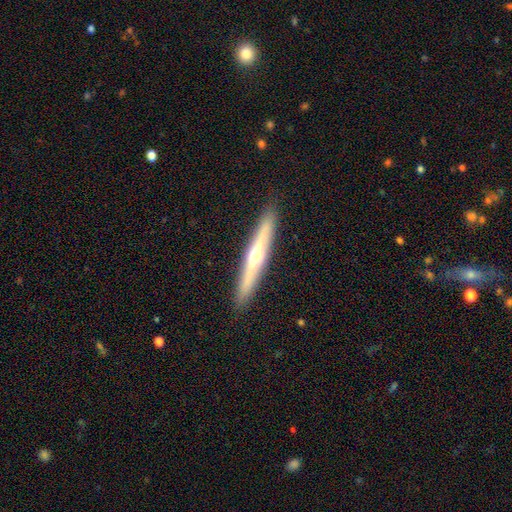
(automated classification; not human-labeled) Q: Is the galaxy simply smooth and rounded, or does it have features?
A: featured or disk — 58%.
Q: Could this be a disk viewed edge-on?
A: yes — 94%.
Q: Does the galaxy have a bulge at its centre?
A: rounded — 87%.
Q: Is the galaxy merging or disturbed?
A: none — 91%.